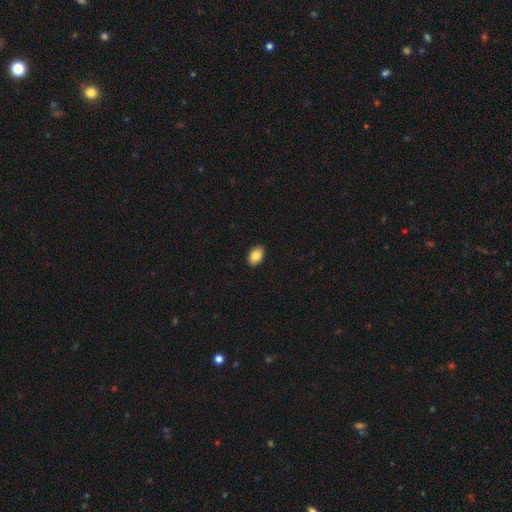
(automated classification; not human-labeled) Overall: smooth (87%). How rounded: in between (90%). Merging: none (91%).